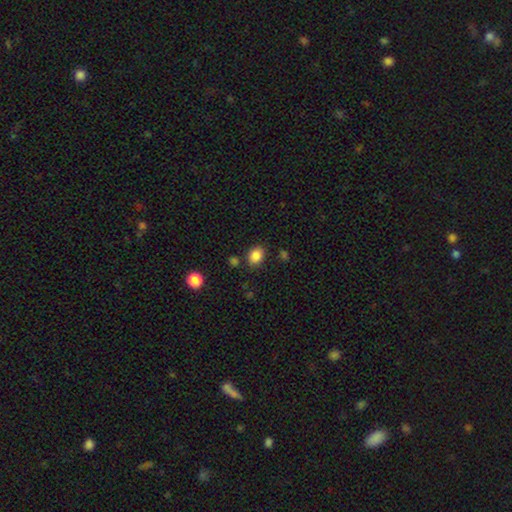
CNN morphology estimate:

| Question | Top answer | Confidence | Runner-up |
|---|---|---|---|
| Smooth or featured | smooth | 86% | star or artifact (10%) |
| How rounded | in between | 61% | round (38%) |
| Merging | none | 79% | minor disturbance (13%) |